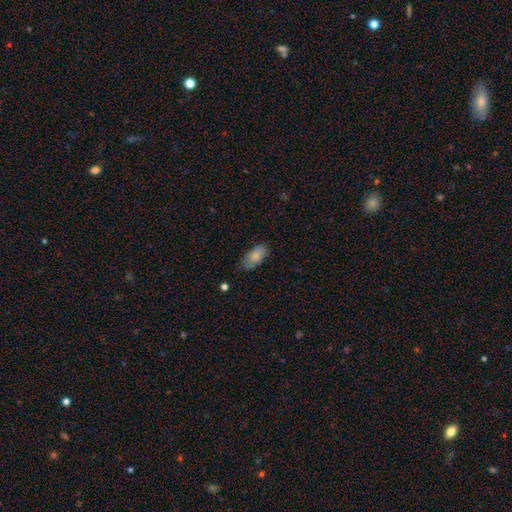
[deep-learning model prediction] Overall: smooth (81%). How rounded: in between (91%). Merging: none (71%).